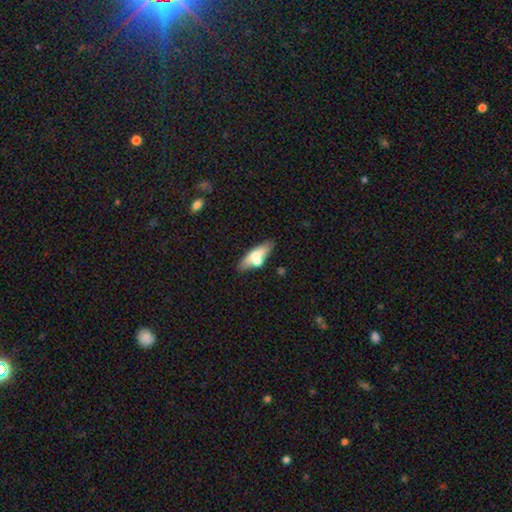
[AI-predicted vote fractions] Smooth or featured?
  - smooth: 65% *
  - featured or disk: 29%
  - star or artifact: 6%
How rounded?
  - in between: 54% *
  - cigar-shaped: 43%
  - round: 3%
Merging?
  - none: 65% *
  - merger: 16%
  - minor disturbance: 15%
  - major disturbance: 4%